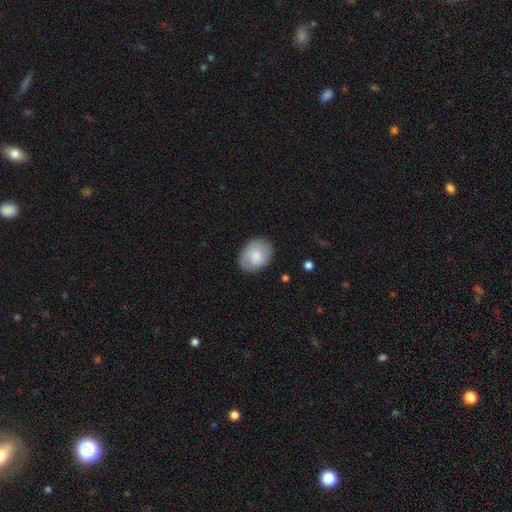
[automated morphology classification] Smooth or featured? smooth (68%)
How rounded? in between (64%)
Merging? none (78%)